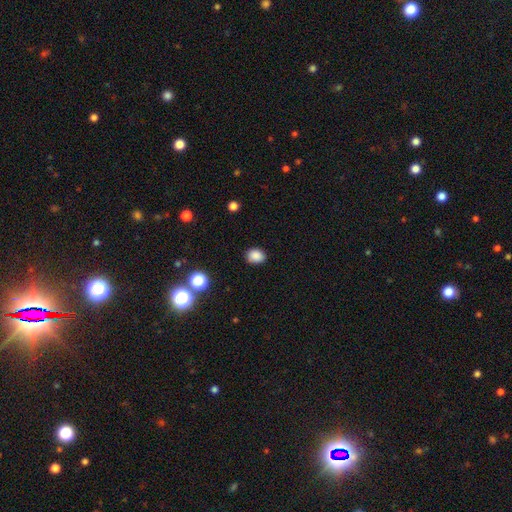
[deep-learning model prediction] Morphology: type=smooth (85%); roundness=in between (54%); merging=none (85%).